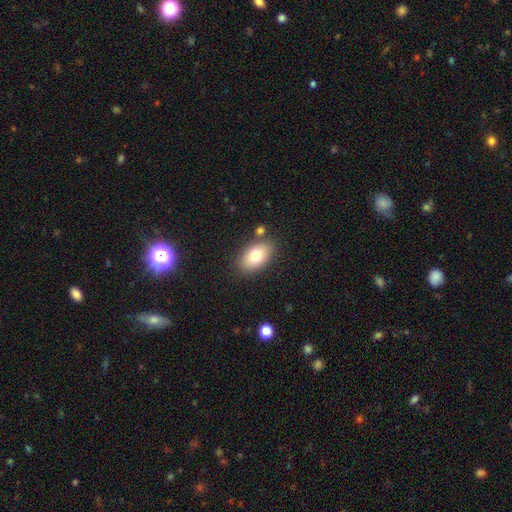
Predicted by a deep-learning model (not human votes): Smooth or featured: smooth — 77% (featured or disk — 15%)
How rounded: in between — 90% (round — 8%)
Merging: none — 81% (minor disturbance — 11%)